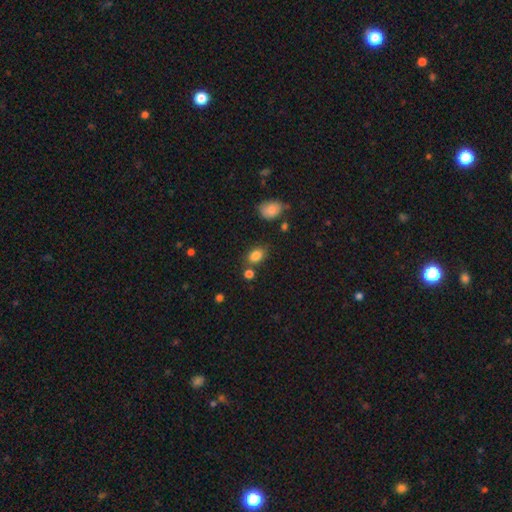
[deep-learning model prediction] Morphology: type=smooth (84%); roundness=in between (79%); merging=none (69%).